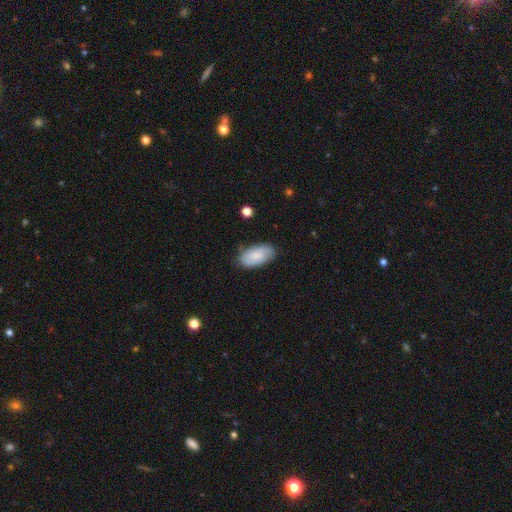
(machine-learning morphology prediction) Smooth or featured? smooth (69%)
How rounded? in between (94%)
Merging? none (76%)